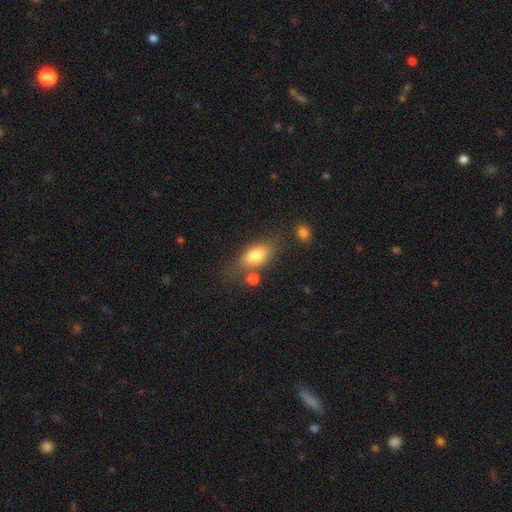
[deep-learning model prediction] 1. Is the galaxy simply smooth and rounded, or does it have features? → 77% smooth, 15% featured or disk, 9% star or artifact.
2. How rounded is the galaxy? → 83% in between, 11% round, 6% cigar-shaped.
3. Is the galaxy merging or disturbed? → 62% none, 17% minor disturbance, 14% merger, 7% major disturbance.